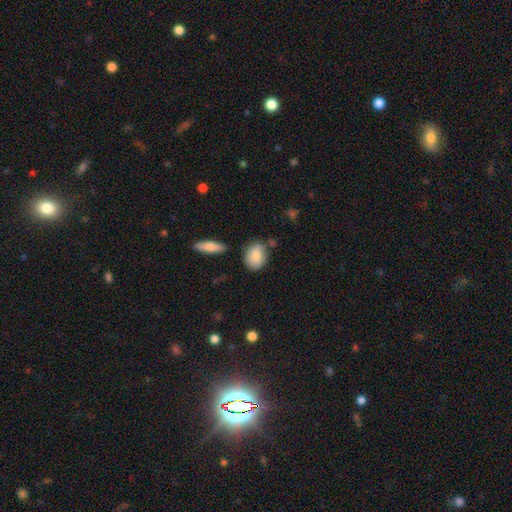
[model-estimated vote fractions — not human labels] smooth_or_featured: smooth (p=0.82) [alt: featured or disk p=0.11]
how_rounded: in between (p=0.62) [alt: round p=0.36]
merging: none (p=0.69) [alt: minor disturbance p=0.20]